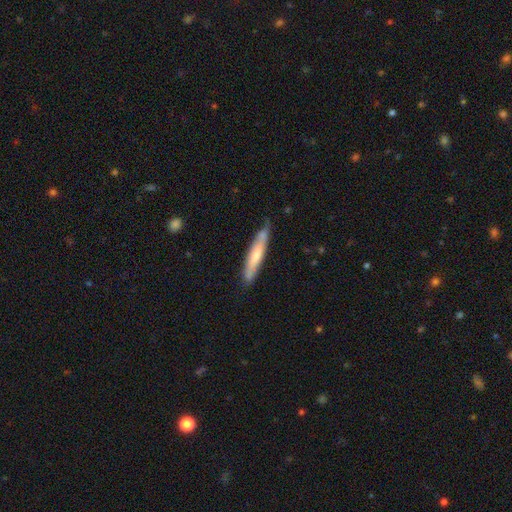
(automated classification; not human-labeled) This is possibly a smooth galaxy (56%). How rounded: clearly cigar-shaped (89%). Merging: likely none (72%).